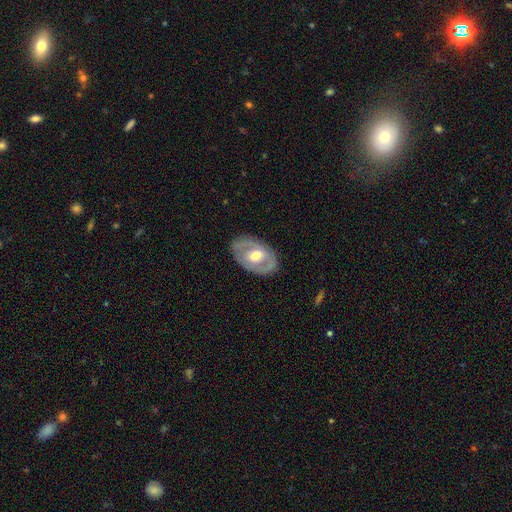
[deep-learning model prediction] Smooth or featured: featured or disk — 62% (smooth — 33%)
Edge-on disk: no — 92% (yes — 8%)
Bar: no — 50% (weak — 34%)
Spiral arms: no — 63% (yes — 37%)
Bulge size: moderate — 71% (small — 19%)
Merging: none — 81% (minor disturbance — 13%)